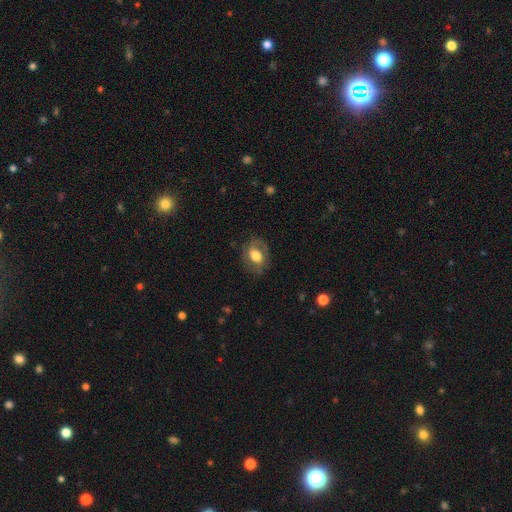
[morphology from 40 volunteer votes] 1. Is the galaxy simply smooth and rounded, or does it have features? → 65% smooth, 32% featured or disk, 2% star or artifact.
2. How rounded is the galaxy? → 54% in between, 46% round, 0% cigar-shaped.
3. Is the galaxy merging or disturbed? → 79% none, 13% minor disturbance, 8% major disturbance, 0% merger.